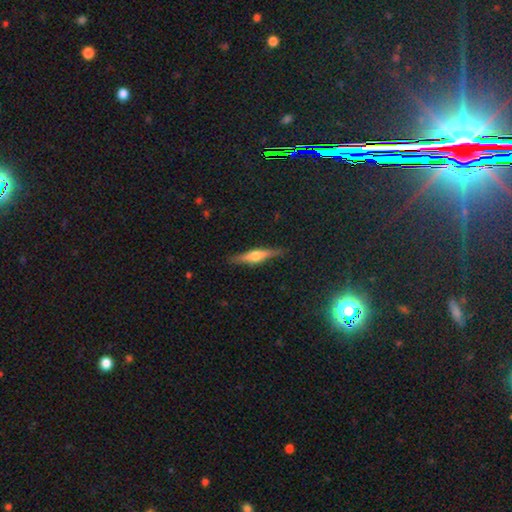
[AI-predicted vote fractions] smooth-or-featured: featured or disk: 65% | smooth: 27% | star or artifact: 7%
  disk-edge-on: yes: 96% | no: 4%
    edge-on-bulge: rounded: 92% | boxy: 5% | none: 3%
  merging: none: 88% | minor disturbance: 9% | major disturbance: 2% | merger: 1%